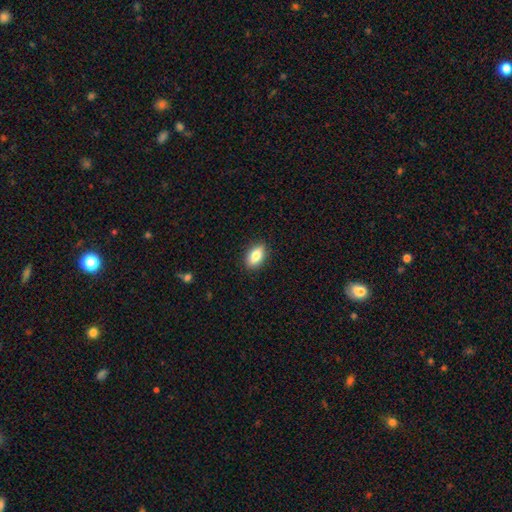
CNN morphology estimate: Overall: smooth (79%). How rounded: in between (85%). Merging: none (88%).